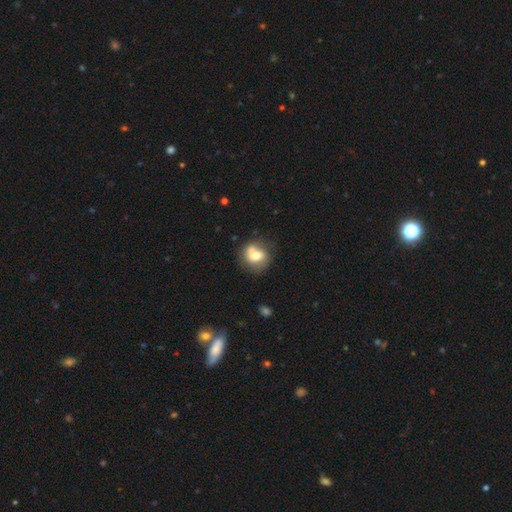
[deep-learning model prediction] Smooth or featured?
  - smooth: 63% *
  - featured or disk: 28%
  - star or artifact: 9%
How rounded?
  - round: 72% *
  - in between: 27%
  - cigar-shaped: 1%
Merging?
  - none: 53% *
  - minor disturbance: 23%
  - merger: 16%
  - major disturbance: 9%